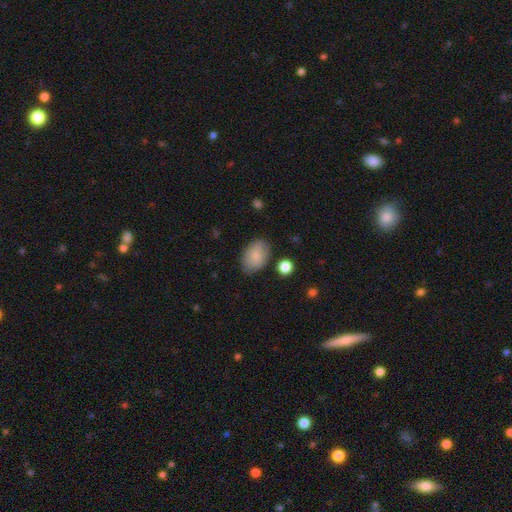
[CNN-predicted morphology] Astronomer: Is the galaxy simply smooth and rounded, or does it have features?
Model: smooth — 81%.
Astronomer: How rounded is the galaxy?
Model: in between — 89%.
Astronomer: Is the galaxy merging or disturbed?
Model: none — 79%.